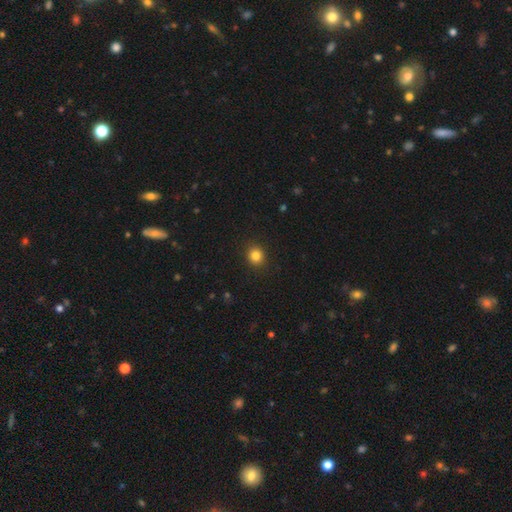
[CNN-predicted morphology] Overall: smooth (83%). How rounded: round (83%). Merging: none (91%).